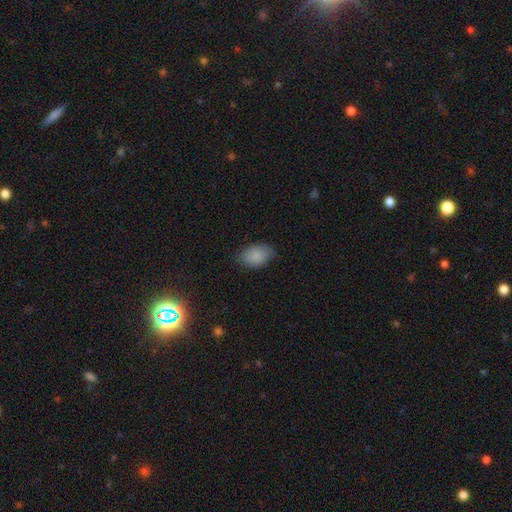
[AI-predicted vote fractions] A smooth galaxy with no disk features (88%) that is in between round and cigar-shaped (86%).

Vote fractions:
- Smooth or featured? smooth: 88% / star or artifact: 7% / featured or disk: 5%
- How rounded? in between: 86% / round: 13% / cigar-shaped: 1%
- Merging? none: 79% / minor disturbance: 17% / major disturbance: 4% / merger: 1%